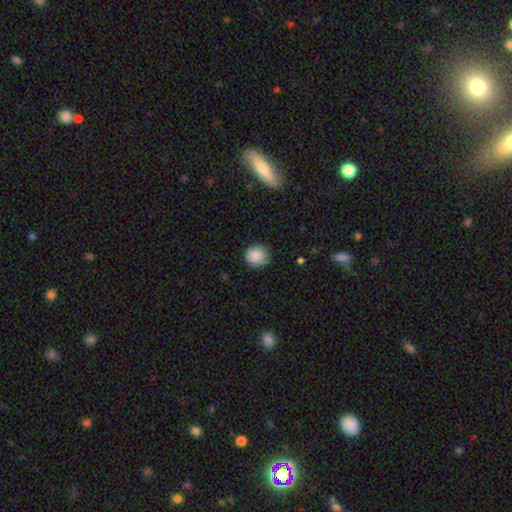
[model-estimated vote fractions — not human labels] Overall: smooth (88%). How rounded: round (89%). Merging: none (87%).